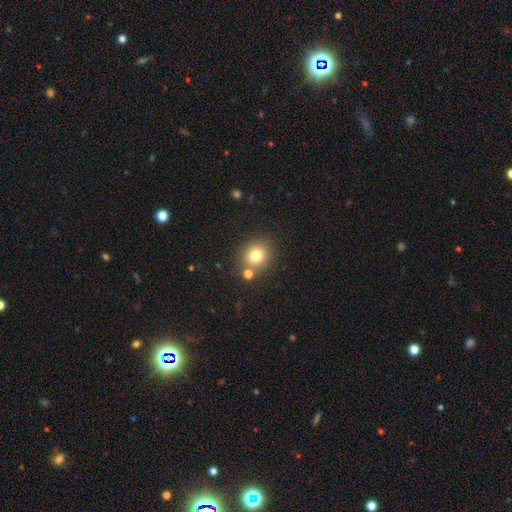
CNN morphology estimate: This appears to be a smooth galaxy with no disk features (77%) that is round (86%). Merging: none (75%).